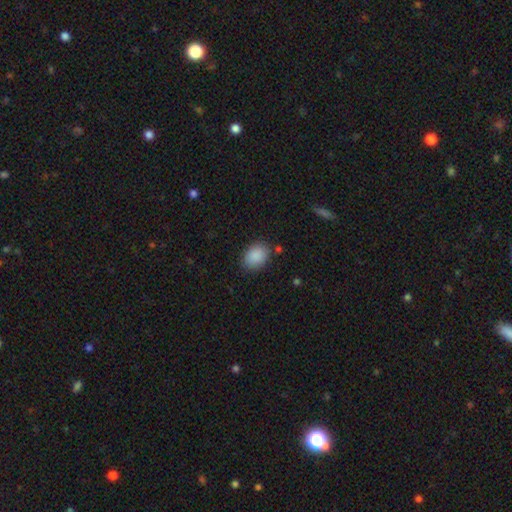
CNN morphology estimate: A smooth galaxy with no disk features (89%) that is in between round and cigar-shaped (73%).

Vote fractions:
- Smooth or featured? smooth: 89% / star or artifact: 7% / featured or disk: 4%
- How rounded? in between: 73% / round: 26% / cigar-shaped: 1%
- Merging? none: 83% / minor disturbance: 12% / major disturbance: 3% / merger: 2%